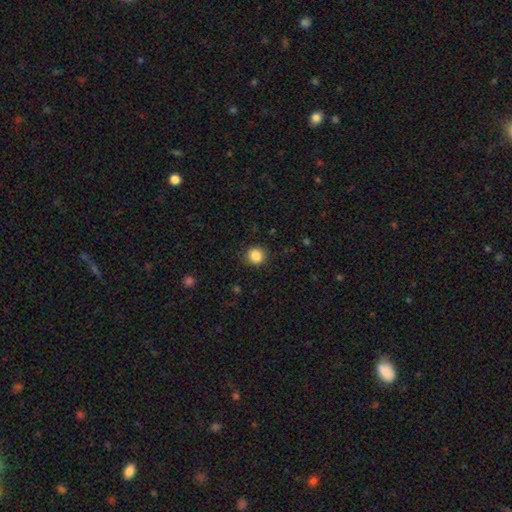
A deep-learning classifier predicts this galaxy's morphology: Smooth or featured? smooth (86%)
How rounded? round (91%)
Merging? none (90%)